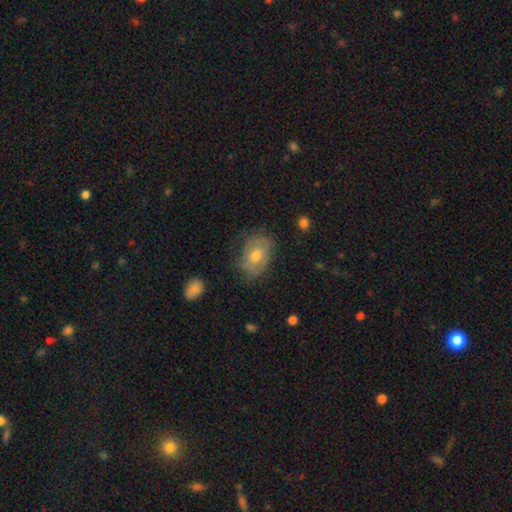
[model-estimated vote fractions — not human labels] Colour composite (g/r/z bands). It shows a smooth galaxy with no disk features (51%) that is in between round and cigar-shaped (78%). Merging: none (65%).